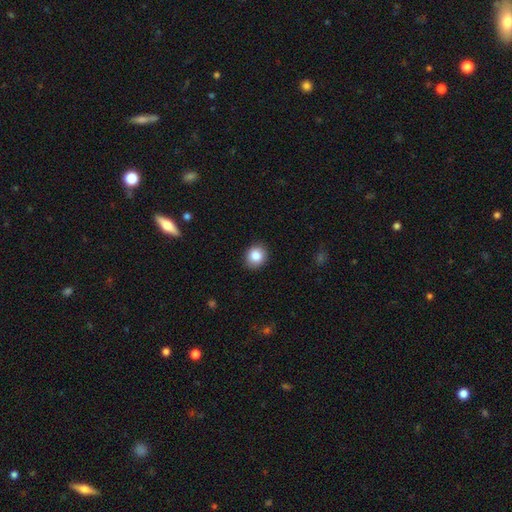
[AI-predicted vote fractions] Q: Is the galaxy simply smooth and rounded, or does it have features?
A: smooth — 86%.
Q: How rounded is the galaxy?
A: round — 78%.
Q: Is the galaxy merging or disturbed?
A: none — 90%.